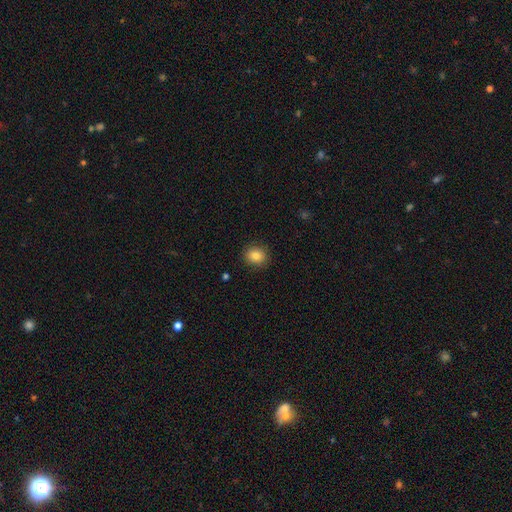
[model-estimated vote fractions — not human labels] smooth_or_featured: smooth (p=0.83) [alt: star or artifact p=0.10]
how_rounded: round (p=0.75) [alt: in between p=0.24]
merging: none (p=0.89) [alt: minor disturbance p=0.08]